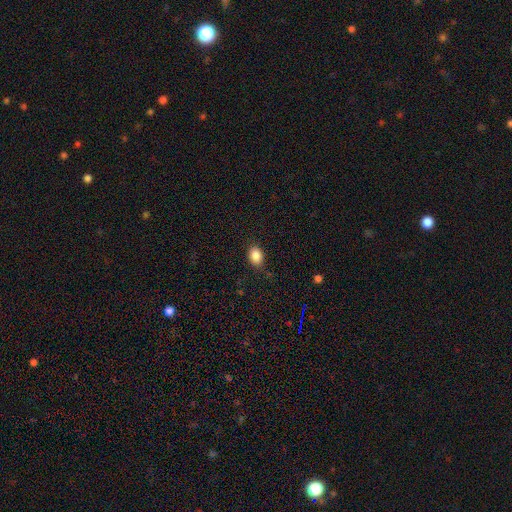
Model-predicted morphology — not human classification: Smooth or featured: smooth — 87% (star or artifact — 9%)
How rounded: in between — 69% (round — 30%)
Merging: none — 81% (minor disturbance — 14%)